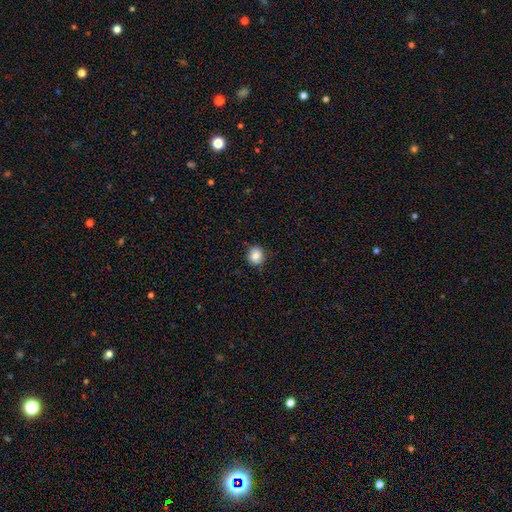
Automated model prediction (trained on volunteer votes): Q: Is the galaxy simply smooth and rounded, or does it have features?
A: smooth — 85%.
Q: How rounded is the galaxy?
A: round — 75%.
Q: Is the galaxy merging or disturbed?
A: none — 86%.